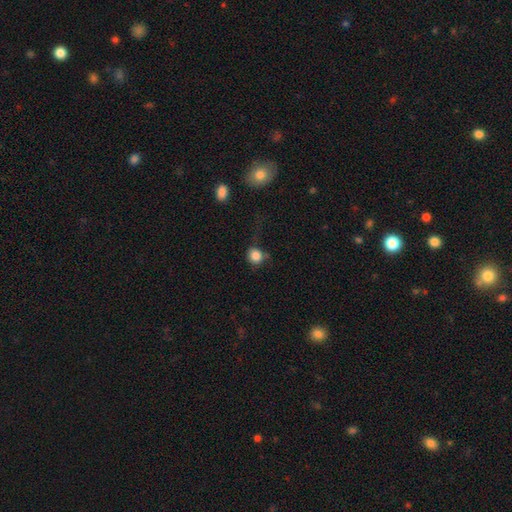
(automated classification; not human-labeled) Morphology: type=smooth (84%); roundness=round (85%); merging=none (57%).